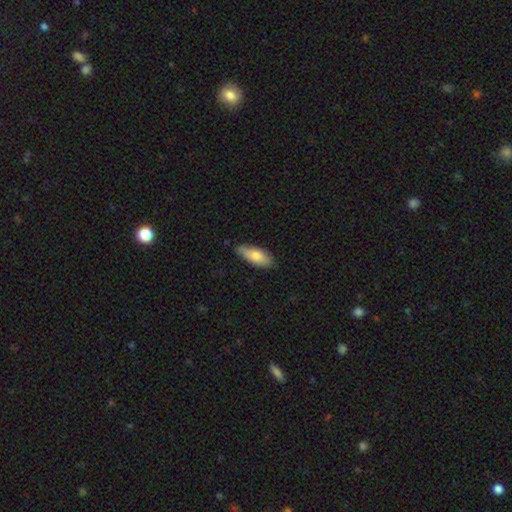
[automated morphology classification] Smooth or featured: smooth — 76% (featured or disk — 18%)
How rounded: in between — 75% (cigar-shaped — 23%)
Merging: none — 78% (minor disturbance — 19%)